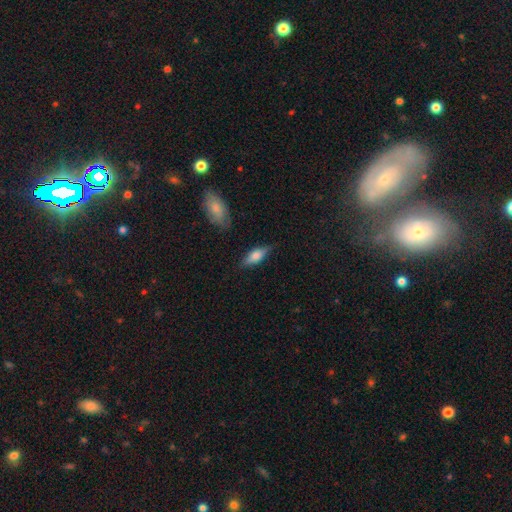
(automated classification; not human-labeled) The model was most divided on "smooth or featured": smooth: 62%, featured or disk: 32%, star or artifact: 7%. More confident: merging — none (79%); how rounded — in between (66%).